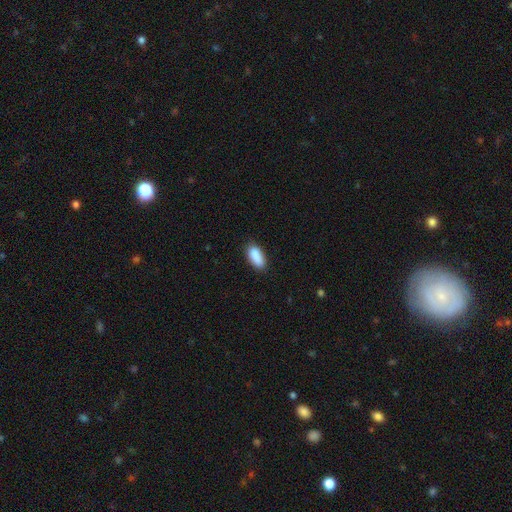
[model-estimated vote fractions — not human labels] Smooth or featured? Predicted: smooth (p=0.89). How rounded? Predicted: in between (p=0.83). Merging? Predicted: none (p=0.81).